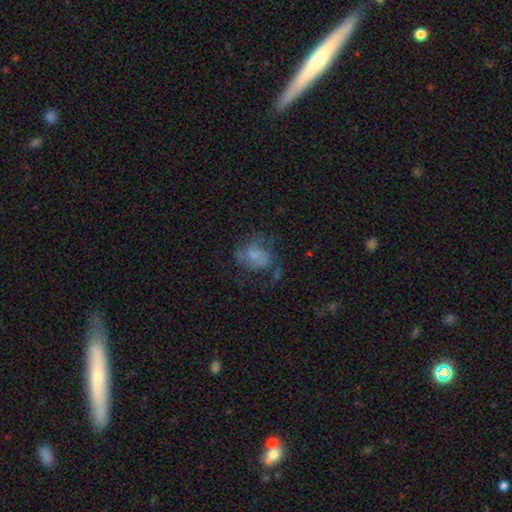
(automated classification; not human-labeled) This is possibly a featured or disk galaxy (46%). Merging: marginally none (38%).